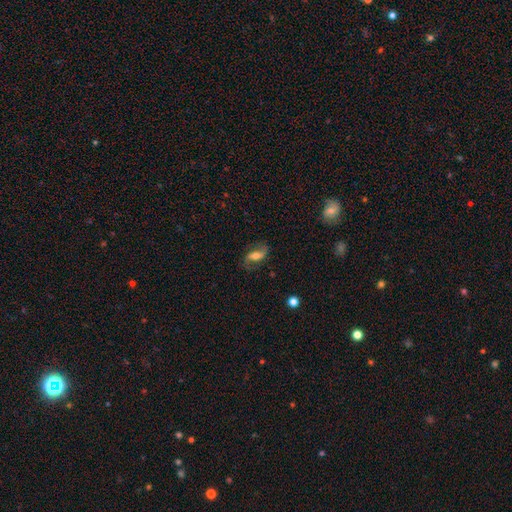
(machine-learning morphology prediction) Smooth or featured?
  - featured or disk: 68% *
  - smooth: 24%
  - star or artifact: 8%
Edge-on disk?
  - no: 93% *
  - yes: 7%
Bar?
  - weak: 37% *
  - strong: 32%
  - no: 31%
Spiral arms?
  - yes: 91% *
  - no: 9%
Spiral winding?
  - loose: 64% *
  - medium: 27%
  - tight: 9%
Spiral arm count?
  - 2: 90% *
  - can't tell: 4%
  - 1: 3%
  - 3: 1%
  - 4: 1%
  - more than 4: 1%
Bulge size?
  - moderate: 58% *
  - small: 26%
  - large: 11%
  - none: 4%
  - dominant: 2%
Merging?
  - none: 76% *
  - minor disturbance: 15%
  - major disturbance: 8%
  - merger: 2%